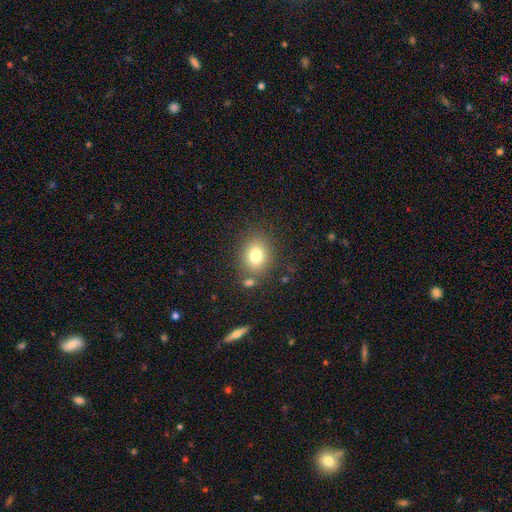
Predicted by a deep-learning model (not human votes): Smooth or featured: smooth — 78% (star or artifact — 12%)
How rounded: round — 59% (in between — 40%)
Merging: none — 77% (minor disturbance — 11%)